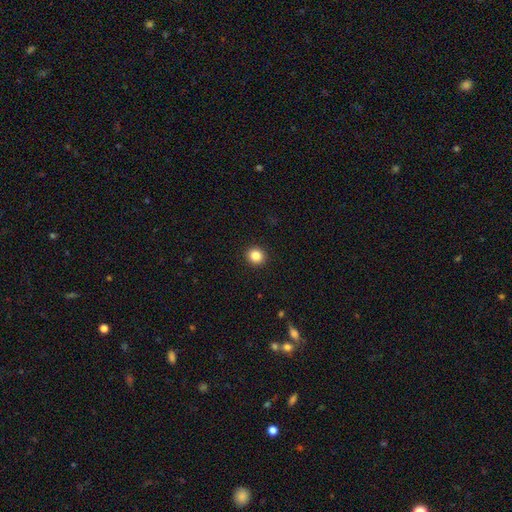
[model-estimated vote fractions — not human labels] Smooth or featured: smooth — 84% (star or artifact — 11%)
How rounded: round — 87% (in between — 13%)
Merging: none — 93% (minor disturbance — 5%)